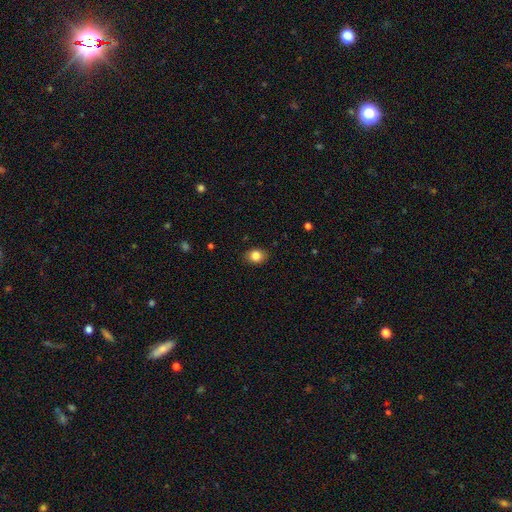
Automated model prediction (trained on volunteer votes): Smooth or featured? Predicted: smooth (p=0.84). How rounded? Predicted: round (p=0.50). Merging? Predicted: none (p=0.86).